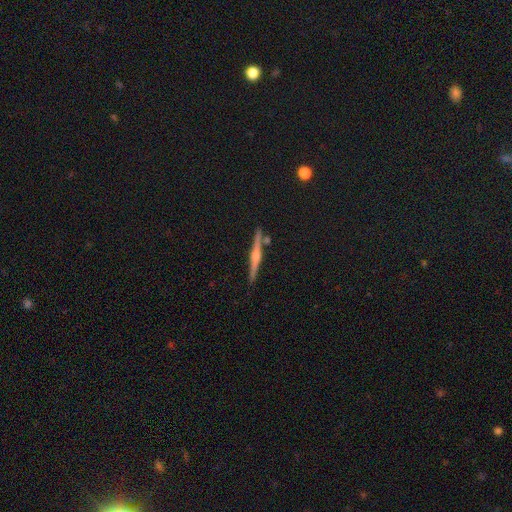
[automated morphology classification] Q: Smooth or featured?
A: featured or disk (79%); runner-up: smooth (14%)
Q: Edge-on disk?
A: yes (98%); runner-up: no (2%)
Q: Edge-on bulge?
A: rounded (83%); runner-up: none (9%)
Q: Merging?
A: none (87%); runner-up: minor disturbance (8%)